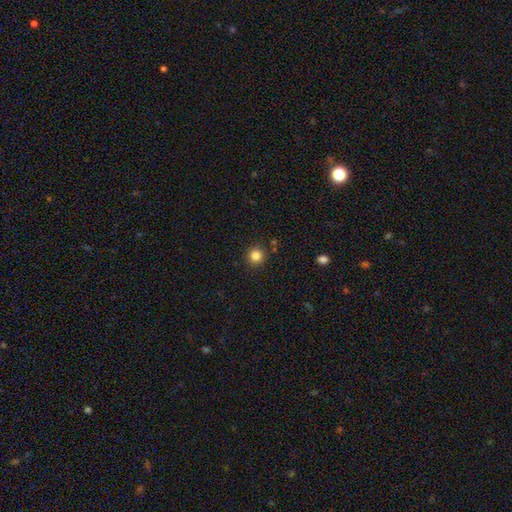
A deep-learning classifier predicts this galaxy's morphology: Smooth or featured? Predicted: smooth (p=0.83). How rounded? Predicted: round (p=0.94). Merging? Predicted: none (p=0.89).